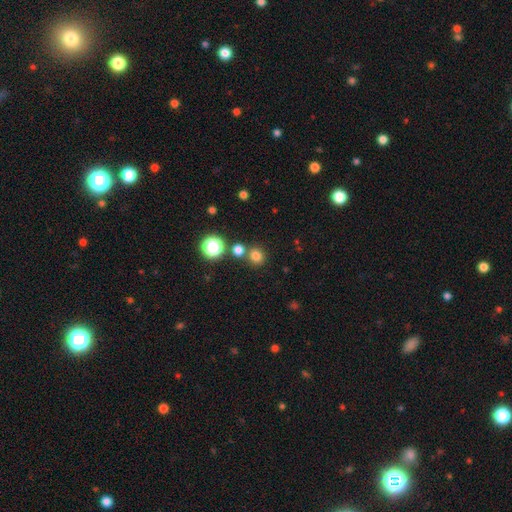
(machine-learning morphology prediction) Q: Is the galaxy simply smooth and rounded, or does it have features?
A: smooth — 76%.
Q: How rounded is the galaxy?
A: round — 86%.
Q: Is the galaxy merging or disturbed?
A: none — 74%.